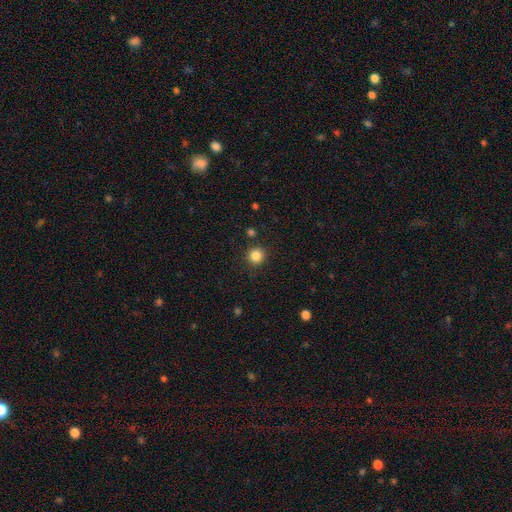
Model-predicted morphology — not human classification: A smooth galaxy with no disk features (85%) that is round (94%). Merging: none (89%).